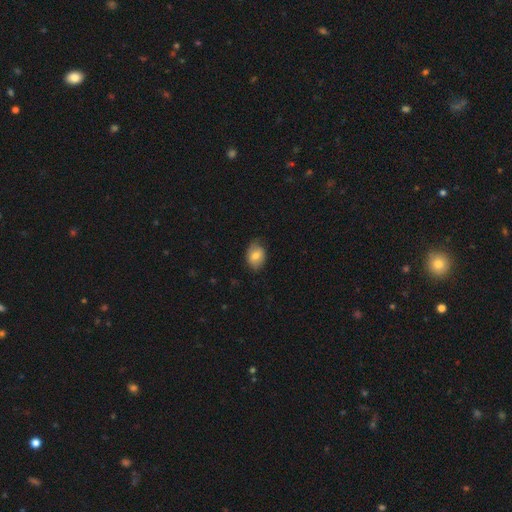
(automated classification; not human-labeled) smooth_or_featured: smooth (p=0.74) [alt: featured or disk p=0.19]
how_rounded: in between (p=0.73) [alt: round p=0.26]
merging: none (p=0.68) [alt: minor disturbance p=0.25]